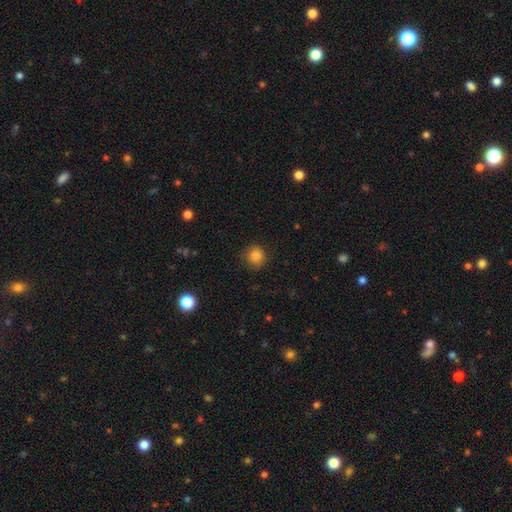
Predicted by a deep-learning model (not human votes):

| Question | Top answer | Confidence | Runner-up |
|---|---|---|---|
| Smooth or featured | smooth | 85% | star or artifact (11%) |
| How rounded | round | 88% | in between (11%) |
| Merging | none | 84% | minor disturbance (12%) |